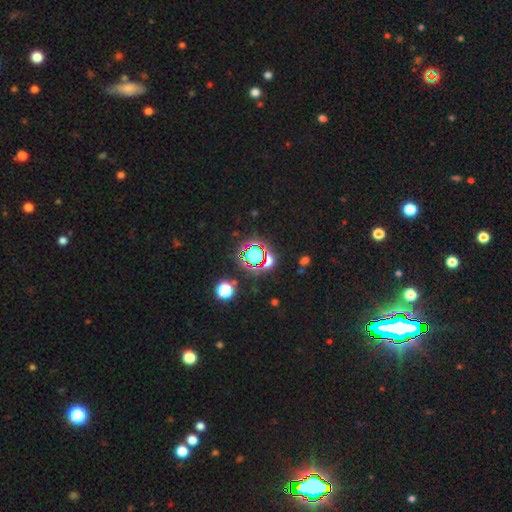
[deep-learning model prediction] Smooth or featured: star or artifact — 64% (smooth — 25%)